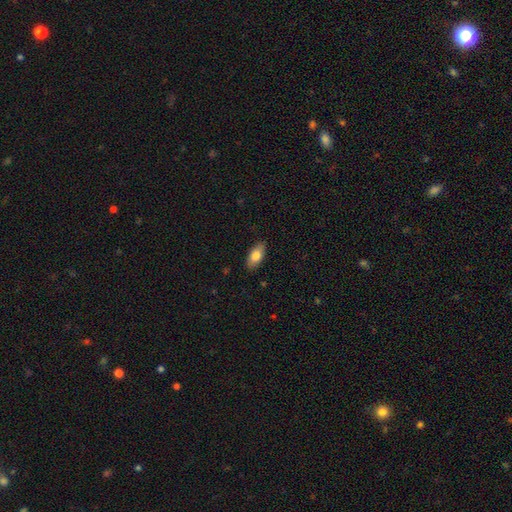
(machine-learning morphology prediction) Q: Smooth or featured?
A: smooth (80%); runner-up: featured or disk (14%)
Q: How rounded?
A: in between (91%); runner-up: cigar-shaped (6%)
Q: Merging?
A: none (86%); runner-up: minor disturbance (10%)